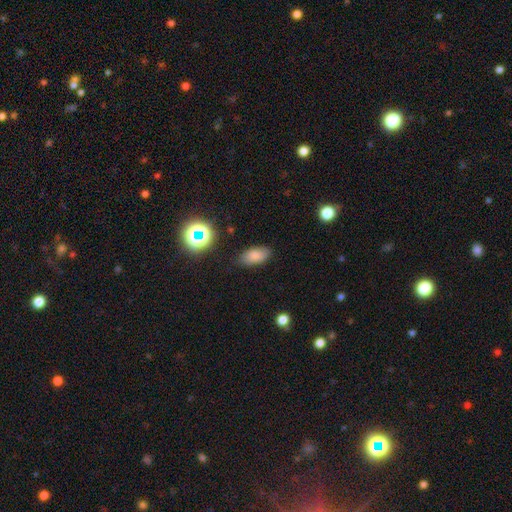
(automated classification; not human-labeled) This appears to be a smooth galaxy with no disk features (79%) that is in between round and cigar-shaped (90%). Merging: none (83%).